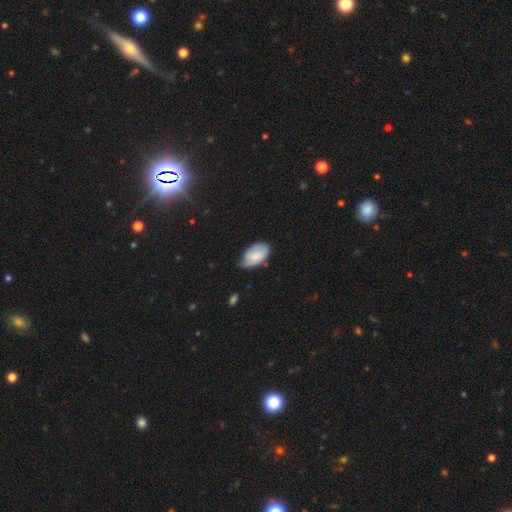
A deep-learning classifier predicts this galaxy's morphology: The model was most divided on "merging": none: 54%, minor disturbance: 37%, major disturbance: 7%, merger: 2%. More confident: how rounded — in between (94%); smooth or featured — smooth (69%).